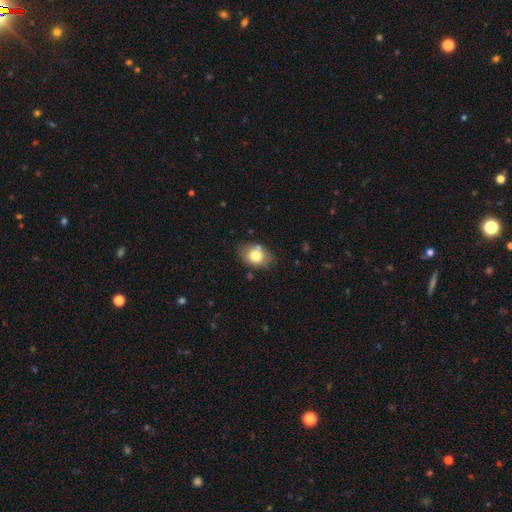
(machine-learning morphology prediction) Q: Smooth or featured?
A: smooth (78%); runner-up: featured or disk (13%)
Q: How rounded?
A: in between (71%); runner-up: round (28%)
Q: Merging?
A: none (78%); runner-up: minor disturbance (14%)